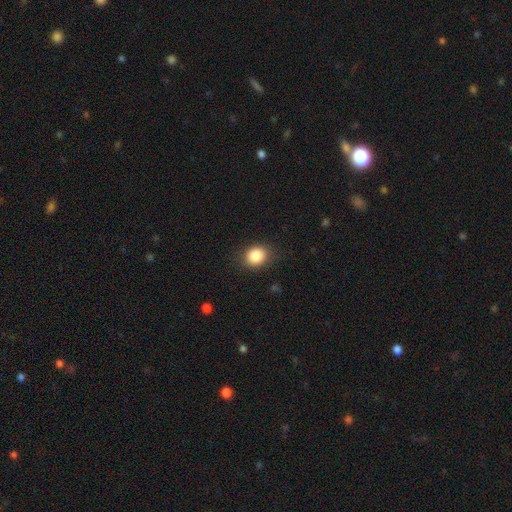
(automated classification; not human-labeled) The model was most divided on "how rounded": round: 66%, in between: 33%, cigar-shaped: 1%. More confident: smooth or featured — smooth (86%); merging — none (85%).